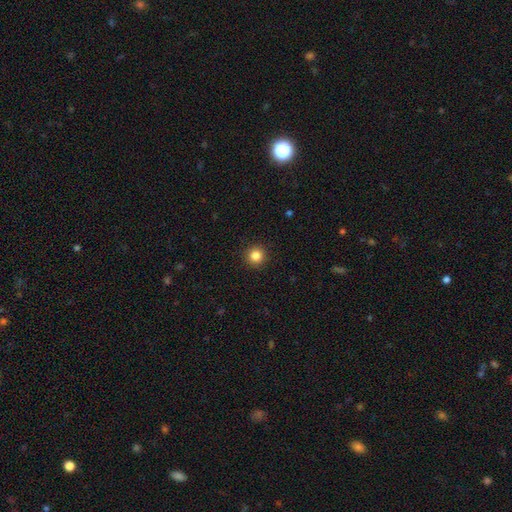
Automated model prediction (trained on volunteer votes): smooth-or-featured: smooth: 84% | star or artifact: 12% | featured or disk: 4%
  how-rounded: round: 95% | in between: 4% | cigar-shaped: 1%
  merging: none: 92% | minor disturbance: 5% | major disturbance: 2% | merger: 1%